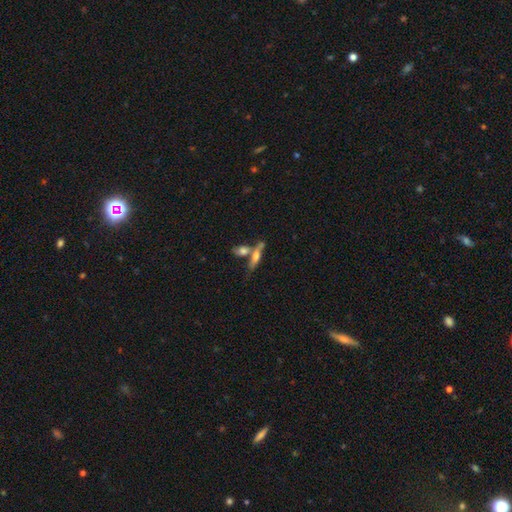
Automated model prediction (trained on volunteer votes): Q: Smooth or featured?
A: featured or disk (50%); runner-up: smooth (42%)
Q: Merging?
A: none (51%); runner-up: merger (33%)